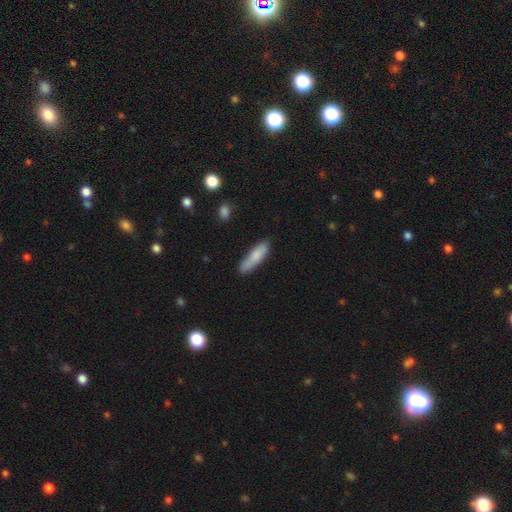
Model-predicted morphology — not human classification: A smooth galaxy with no disk features (79%) that is cigar-shaped (68%).

Vote fractions:
- Smooth or featured? smooth: 79% / featured or disk: 15% / star or artifact: 6%
- How rounded? cigar-shaped: 68% / in between: 30% / round: 2%
- Merging? none: 75% / minor disturbance: 19% / major disturbance: 4% / merger: 3%